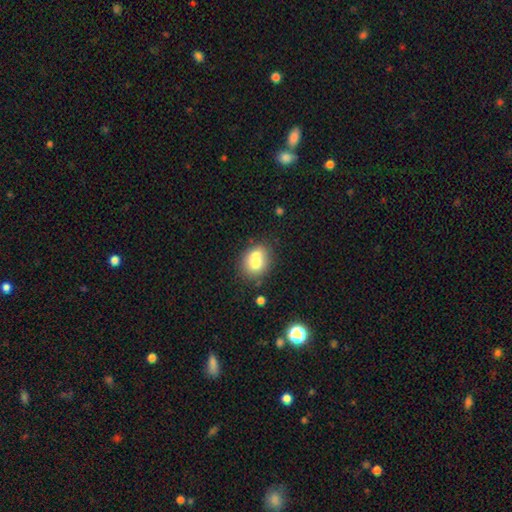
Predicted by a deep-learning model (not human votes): Smooth or featured? smooth (68%)
How rounded? round (65%)
Merging? merger (47%)